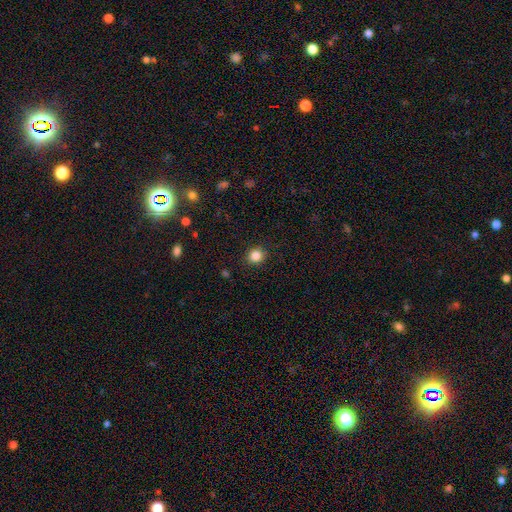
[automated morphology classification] Smooth or featured? smooth (85%)
How rounded? round (81%)
Merging? none (89%)